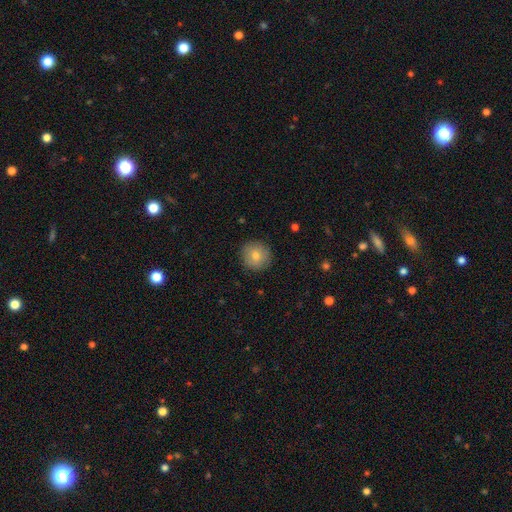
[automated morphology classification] Smooth or featured? Predicted: smooth (p=0.80). How rounded? Predicted: round (p=0.94). Merging? Predicted: none (p=0.90).